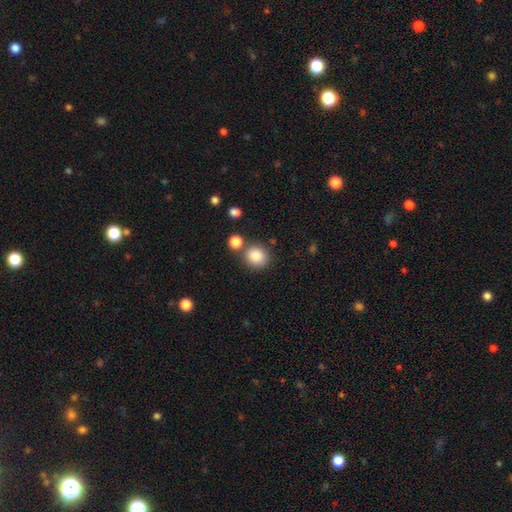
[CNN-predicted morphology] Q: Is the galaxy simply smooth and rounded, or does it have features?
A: smooth — 86%.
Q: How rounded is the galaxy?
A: round — 83%.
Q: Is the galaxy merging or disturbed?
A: none — 73%.